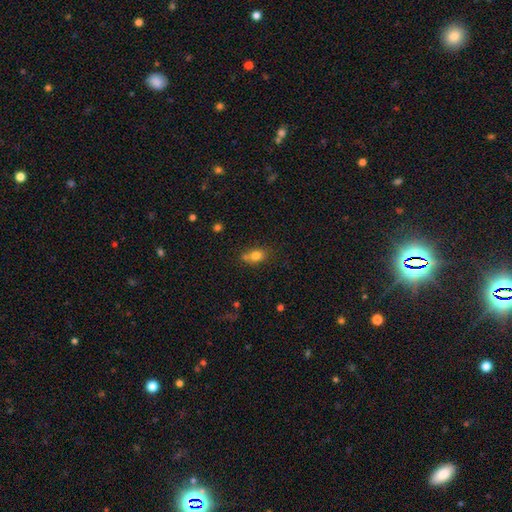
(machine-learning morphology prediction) Overall: smooth (78%). How rounded: in between (60%; round 37%). Merging: none (54%; merger 23%).